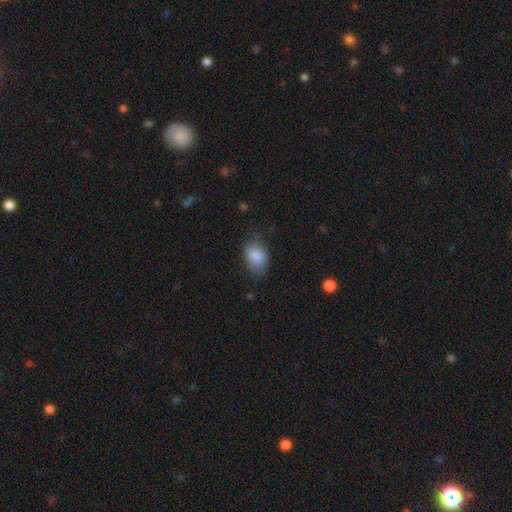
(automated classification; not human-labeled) This is clearly a smooth galaxy (85%). How rounded: clearly in between (83%). Merging: likely none (69%).